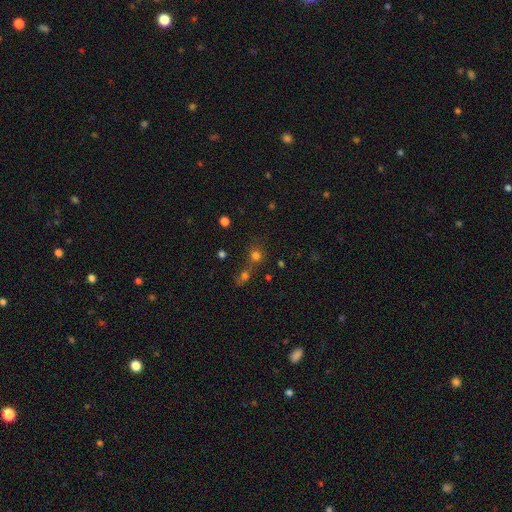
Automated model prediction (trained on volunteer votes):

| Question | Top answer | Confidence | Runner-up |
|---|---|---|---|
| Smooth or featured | smooth | 71% | star or artifact (20%) |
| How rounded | round | 85% | in between (14%) |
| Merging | none | 50% | merger (37%) |